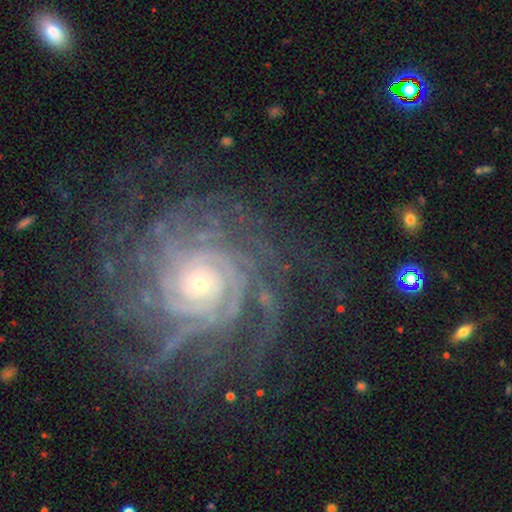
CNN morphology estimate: type=featured or disk (88%); edge-on=no (97%); bar=no (76%); spiral arms=yes (98%); winding=tight (76%); arm count=more than 4 (28%); bulge=small (65%); merging=none (76%).